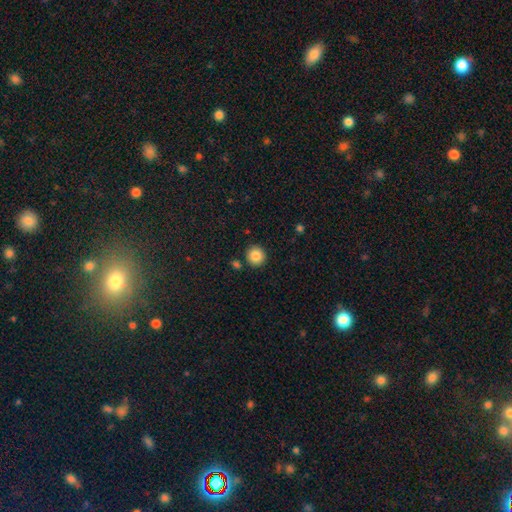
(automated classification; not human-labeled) Smooth or featured?
  - smooth: 86% *
  - star or artifact: 10%
  - featured or disk: 5%
How rounded?
  - round: 92% *
  - in between: 7%
  - cigar-shaped: 1%
Merging?
  - none: 88% *
  - minor disturbance: 6%
  - merger: 4%
  - major disturbance: 2%